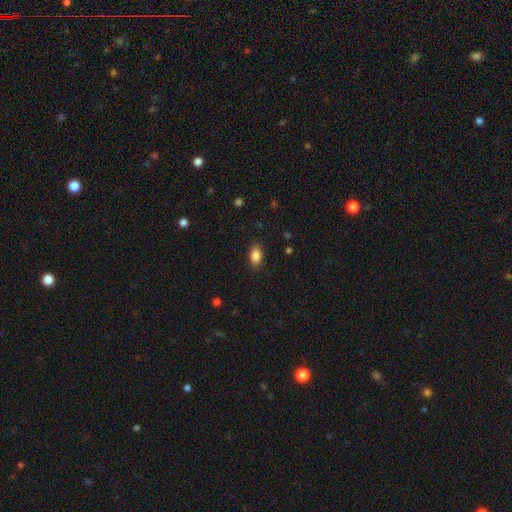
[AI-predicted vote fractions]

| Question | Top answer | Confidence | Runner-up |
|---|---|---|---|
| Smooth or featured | smooth | 85% | star or artifact (8%) |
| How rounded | in between | 88% | round (8%) |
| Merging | none | 87% | minor disturbance (10%) |